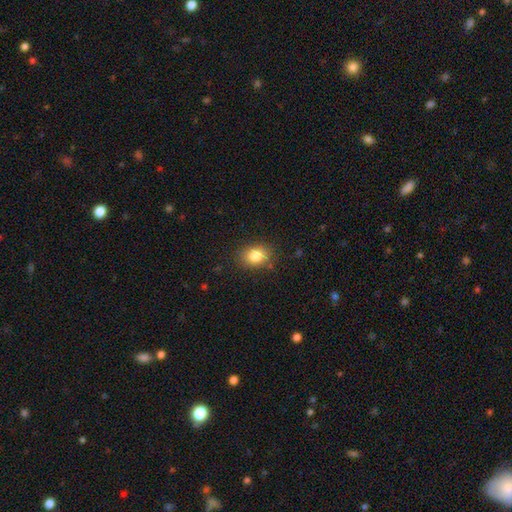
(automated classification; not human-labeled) Morphology: type=smooth (83%); roundness=in between (62%); merging=none (83%).